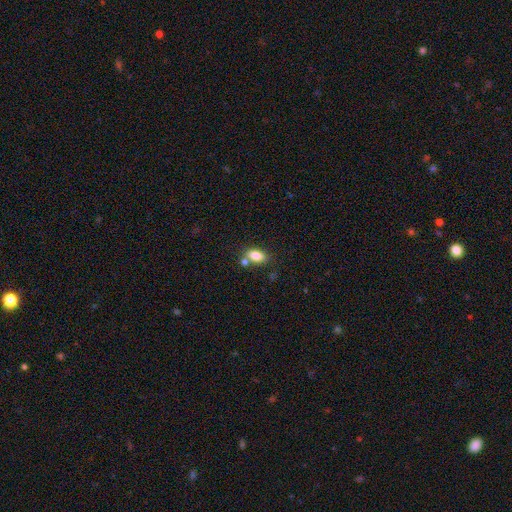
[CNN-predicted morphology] The model was most divided on "merging": none: 65%, merger: 19%, minor disturbance: 13%, major disturbance: 4%. More confident: how rounded — in between (87%); smooth or featured — smooth (83%).